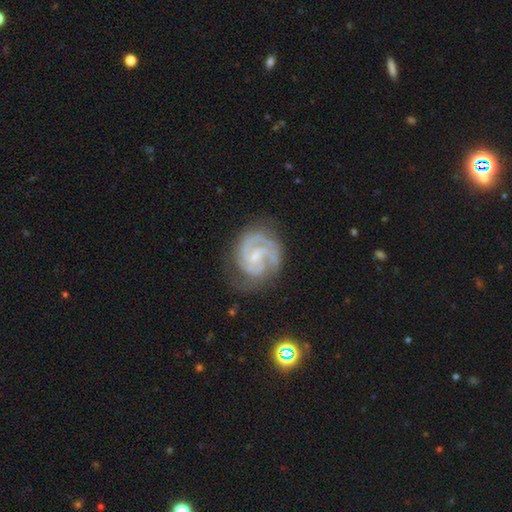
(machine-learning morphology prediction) featured or disk 89%, smooth 6%, star or artifact 5%. Down the decision tree: edge-on disk — no (98%); bar — weak (49%); spiral arms — yes (98%); spiral arm count — 2 (49%); spiral winding — tight (56%); bulge size — small (64%); merging — none (69%).